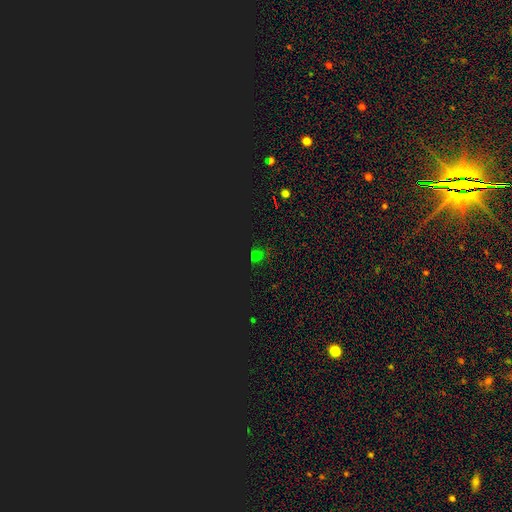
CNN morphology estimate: Smooth or featured? star or artifact (56%)